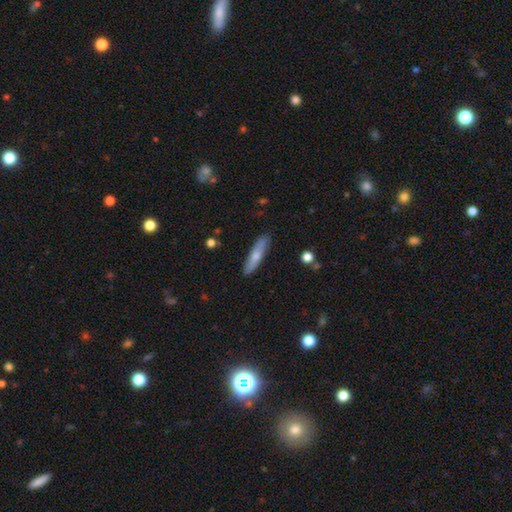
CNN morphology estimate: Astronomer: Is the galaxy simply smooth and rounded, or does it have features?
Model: smooth — 65%.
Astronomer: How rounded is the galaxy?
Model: cigar-shaped — 81%.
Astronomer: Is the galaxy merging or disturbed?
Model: none — 87%.